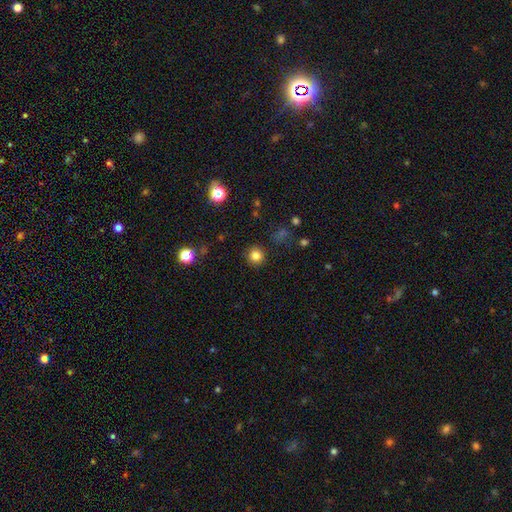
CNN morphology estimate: A smooth galaxy with no disk features (82%) that is round (93%).

Vote fractions:
- Smooth or featured? smooth: 82% / star or artifact: 13% / featured or disk: 5%
- How rounded? round: 93% / in between: 6% / cigar-shaped: 1%
- Merging? none: 90% / minor disturbance: 6% / major disturbance: 2% / merger: 1%